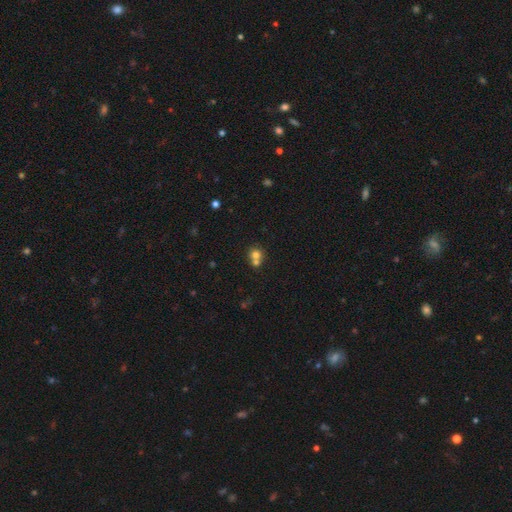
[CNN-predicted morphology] smooth_or_featured: smooth (p=0.72) [alt: featured or disk p=0.15]
how_rounded: round (p=0.83) [alt: in between p=0.16]
merging: merger (p=0.51) [alt: none p=0.40]